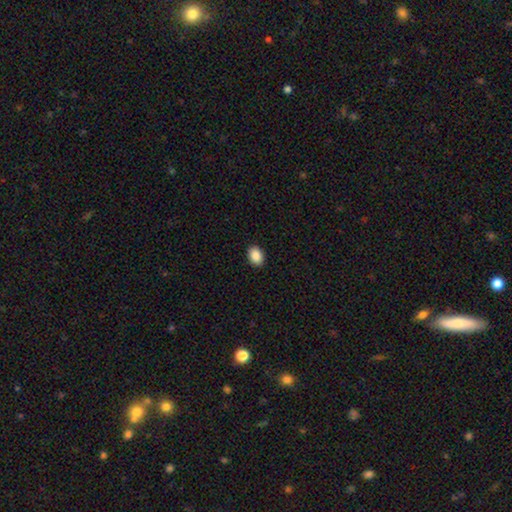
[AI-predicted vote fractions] The model was most divided on "how rounded": in between: 81%, round: 18%, cigar-shaped: 1%. More confident: merging — none (91%); smooth or featured — smooth (89%).